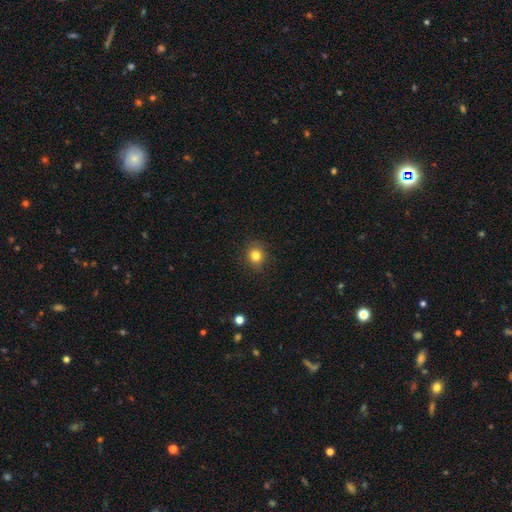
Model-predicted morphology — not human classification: Smooth or featured? Predicted: smooth (p=0.82). How rounded? Predicted: round (p=0.82). Merging? Predicted: none (p=0.87).